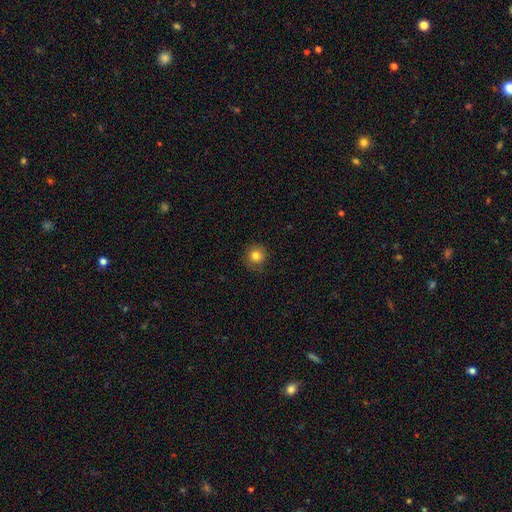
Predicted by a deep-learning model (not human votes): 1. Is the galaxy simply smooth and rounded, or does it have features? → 80% smooth, 12% star or artifact, 8% featured or disk.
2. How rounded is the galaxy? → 93% round, 6% in between, 1% cigar-shaped.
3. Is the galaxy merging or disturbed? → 85% none, 11% minor disturbance, 3% major disturbance, 1% merger.